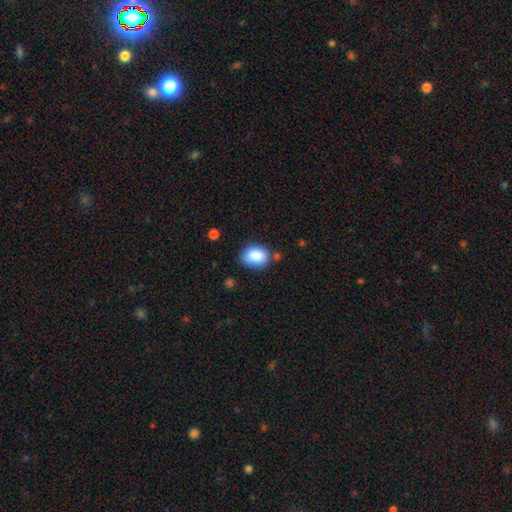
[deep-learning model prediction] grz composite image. It shows a smooth galaxy with no disk features (87%) that is in between round and cigar-shaped (72%). Merging: none (70%).